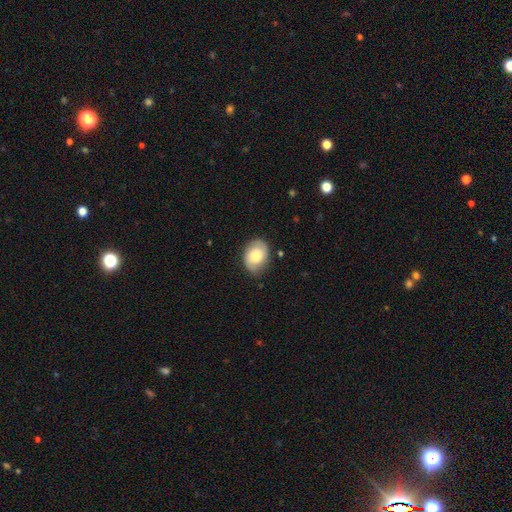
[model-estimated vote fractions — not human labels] The model was most divided on "smooth or featured": smooth: 55%, featured or disk: 38%, star or artifact: 7%. More confident: merging — none (76%); how rounded — in between (67%).